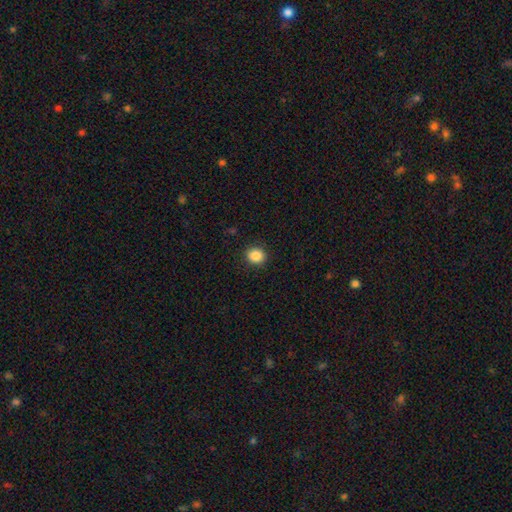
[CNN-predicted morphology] A smooth galaxy with no disk features (87%) that is round (81%). Merging: none (90%).